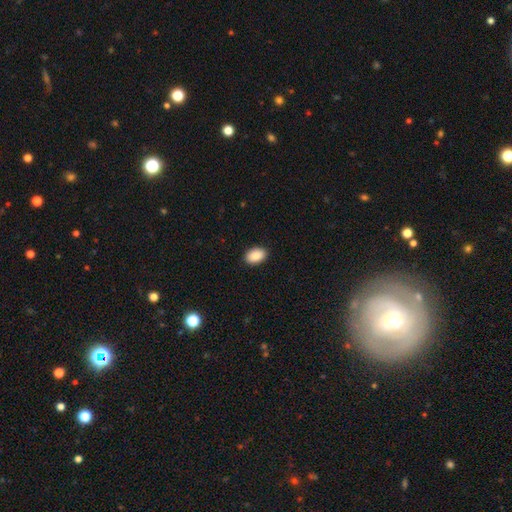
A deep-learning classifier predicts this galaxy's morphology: A smooth galaxy with no disk features (90%) that is in between round and cigar-shaped (91%).

Vote fractions:
- Smooth or featured? smooth: 90% / star or artifact: 7% / featured or disk: 3%
- How rounded? in between: 91% / round: 8% / cigar-shaped: 1%
- Merging? none: 90% / minor disturbance: 7% / major disturbance: 2% / merger: 1%